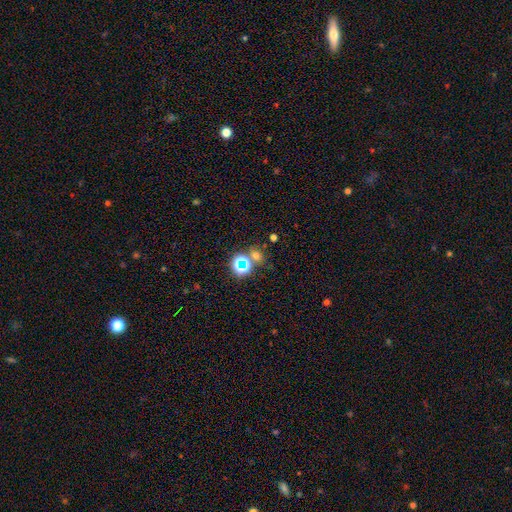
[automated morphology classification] A smooth galaxy with no disk features (52%) that is round (71%). Merging: none (65%).